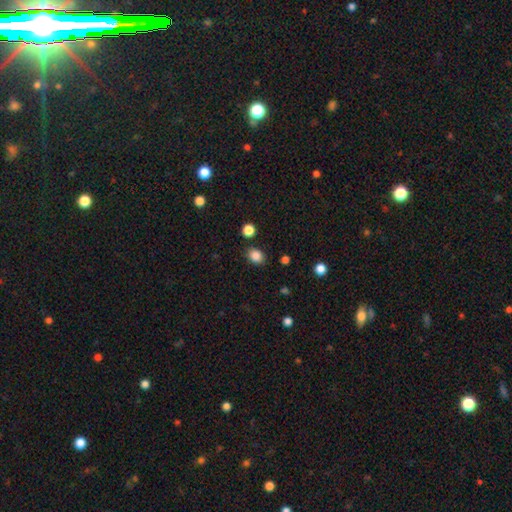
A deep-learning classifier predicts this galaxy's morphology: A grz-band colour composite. It shows a smooth galaxy with no disk features (86%) that is in between round and cigar-shaped (52%). Merging: none (84%).